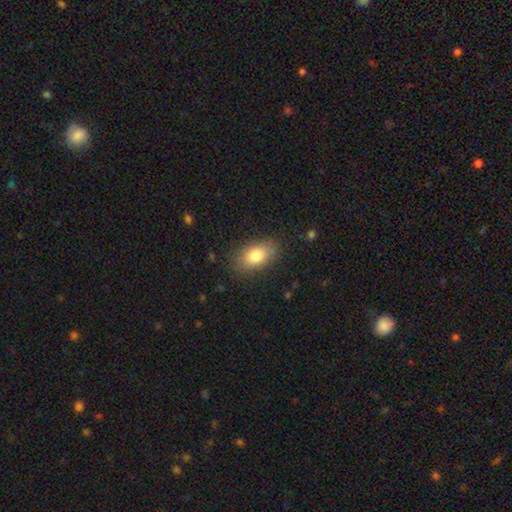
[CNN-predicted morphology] This appears to be a smooth galaxy with no disk features (80%) that is in between round and cigar-shaped (90%). Merging: none (82%).